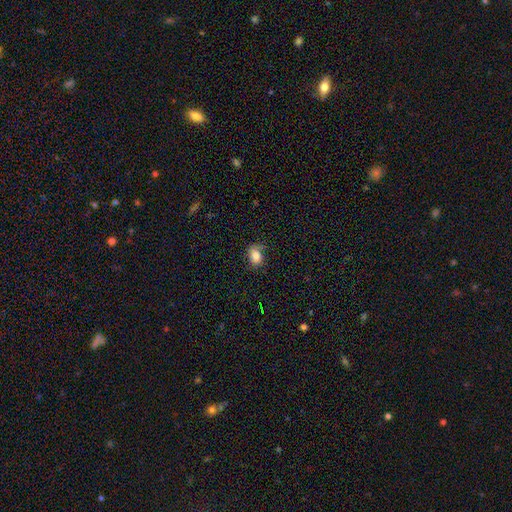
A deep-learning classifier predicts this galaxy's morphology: A smooth galaxy with no disk features (83%) that is in between round and cigar-shaped (73%).

Vote fractions:
- Smooth or featured? smooth: 83% / star or artifact: 10% / featured or disk: 7%
- How rounded? in between: 73% / round: 25% / cigar-shaped: 1%
- Merging? none: 69% / minor disturbance: 23% / major disturbance: 6% / merger: 2%